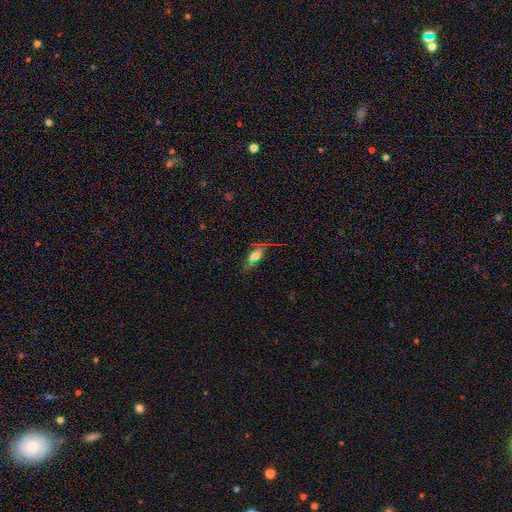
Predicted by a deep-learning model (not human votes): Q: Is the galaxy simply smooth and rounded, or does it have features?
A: smooth — 51%.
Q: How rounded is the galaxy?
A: in between — 71%.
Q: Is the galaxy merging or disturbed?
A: none — 74%.